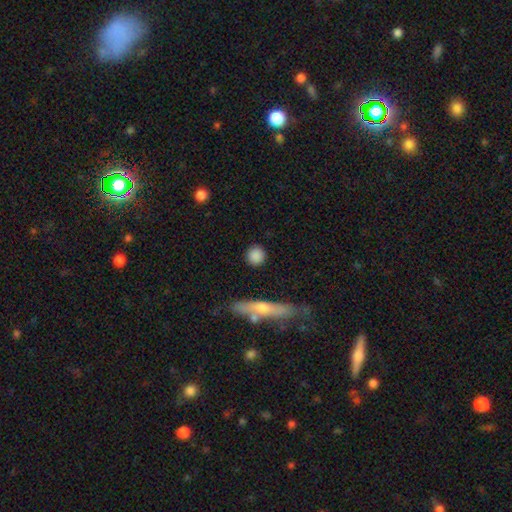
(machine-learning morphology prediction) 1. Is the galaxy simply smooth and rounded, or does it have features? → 86% smooth, 8% star or artifact, 7% featured or disk.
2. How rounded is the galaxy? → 90% round, 7% in between, 3% cigar-shaped.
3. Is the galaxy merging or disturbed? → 88% none, 7% minor disturbance, 3% major disturbance, 3% merger.